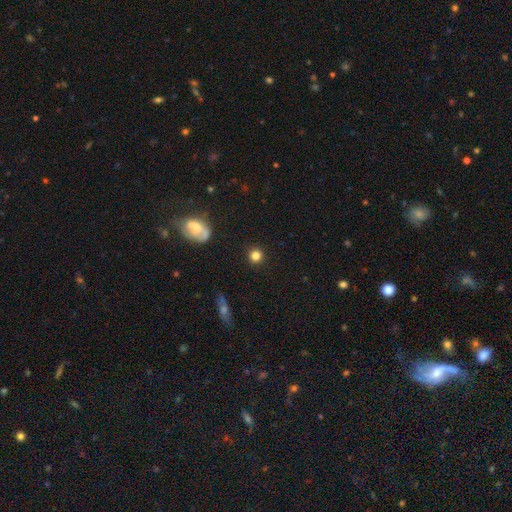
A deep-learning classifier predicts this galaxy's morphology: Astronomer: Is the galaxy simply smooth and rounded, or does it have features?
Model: smooth — 82%.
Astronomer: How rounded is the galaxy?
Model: round — 92%.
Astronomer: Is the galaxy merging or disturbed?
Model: none — 89%.